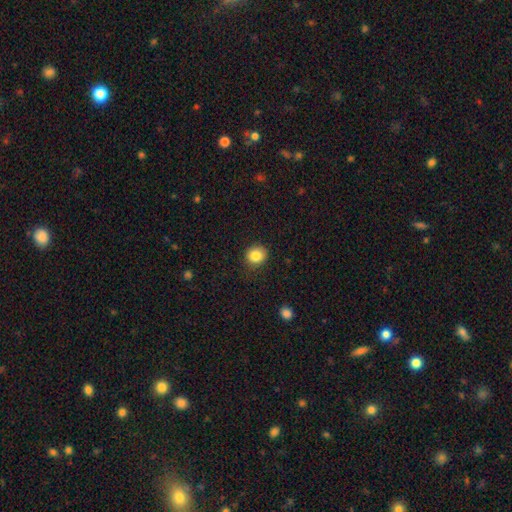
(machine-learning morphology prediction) This is clearly a smooth galaxy (85%). How rounded: clearly round (83%). Merging: clearly none (86%).